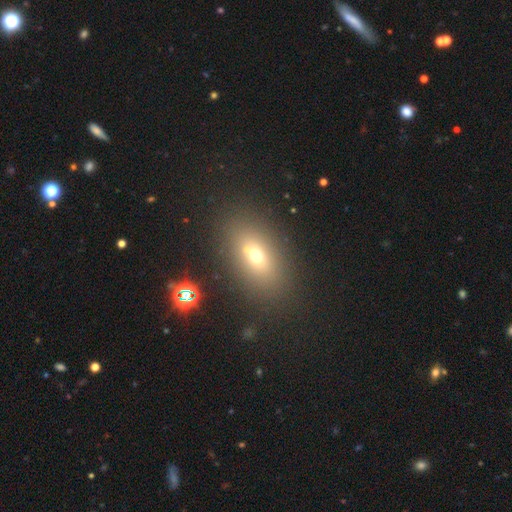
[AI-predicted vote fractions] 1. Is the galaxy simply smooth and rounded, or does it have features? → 62% smooth, 20% featured or disk, 18% star or artifact.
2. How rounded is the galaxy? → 77% in between, 17% round, 5% cigar-shaped.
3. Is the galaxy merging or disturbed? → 76% none, 10% merger, 10% minor disturbance, 5% major disturbance.